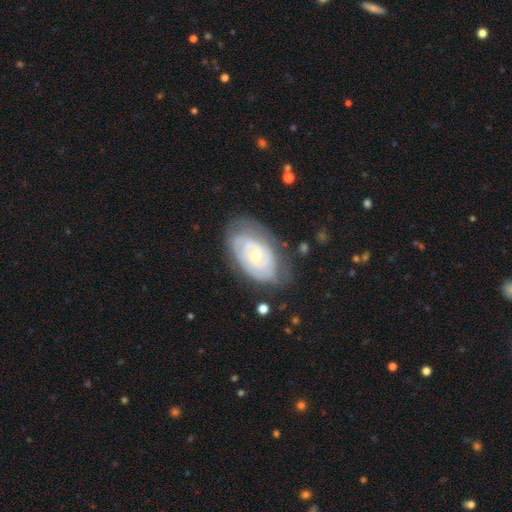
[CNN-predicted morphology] This is likely a featured or disk galaxy (74%). It is clearly not viewed edge-on (94%). Bar: clearly no (82%). Spiral arm pattern: likely yes (69%). Central bulge: possibly moderate (57%). Merging: likely none (68%).